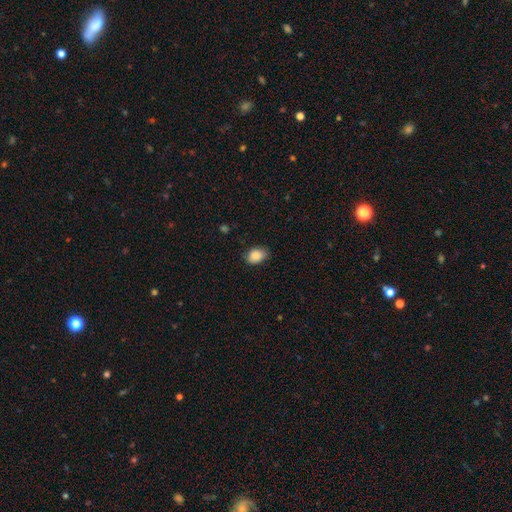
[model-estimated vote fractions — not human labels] A smooth galaxy with no disk features (88%) that is in between round and cigar-shaped (73%).

Vote fractions:
- Smooth or featured? smooth: 88% / star or artifact: 8% / featured or disk: 4%
- How rounded? in between: 73% / round: 26% / cigar-shaped: 1%
- Merging? none: 74% / minor disturbance: 21% / major disturbance: 4% / merger: 1%